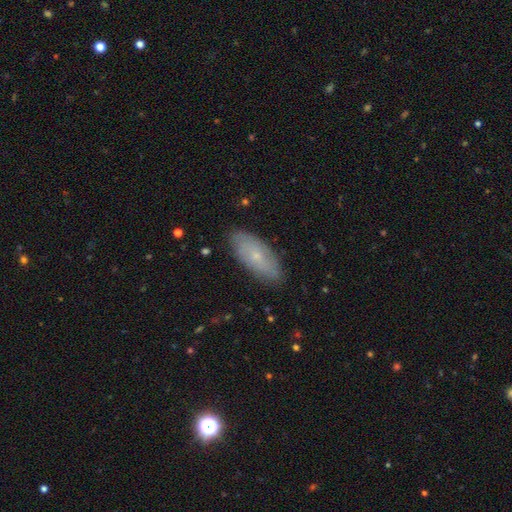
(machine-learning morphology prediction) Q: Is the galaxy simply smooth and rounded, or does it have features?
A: smooth — 56%.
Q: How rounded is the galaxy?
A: in between — 81%.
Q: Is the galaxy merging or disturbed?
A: none — 84%.